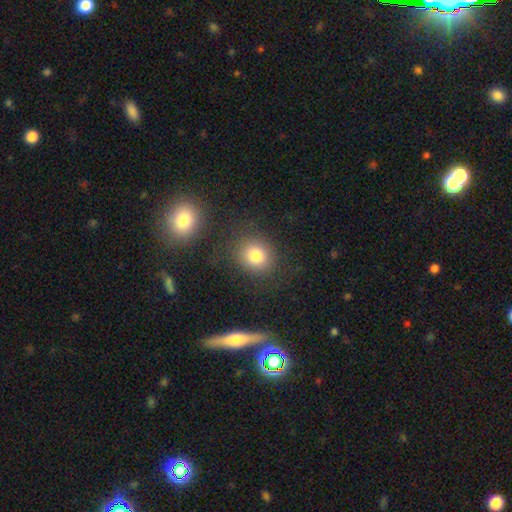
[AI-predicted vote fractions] A smooth galaxy with no disk features (79%) that is round (80%). Merging: none (79%).